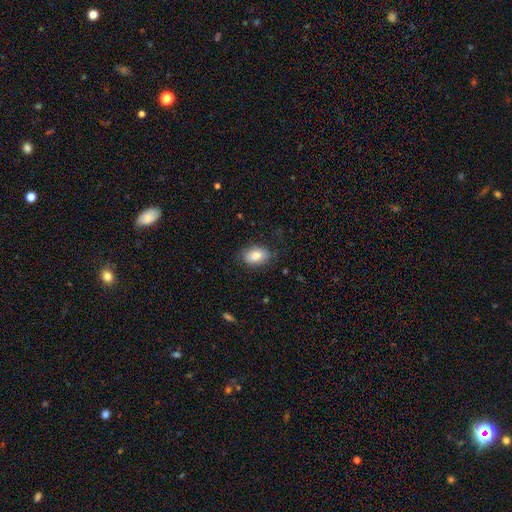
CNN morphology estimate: This is clearly a smooth galaxy (81%). How rounded: clearly in between (84%). Merging: likely none (78%).